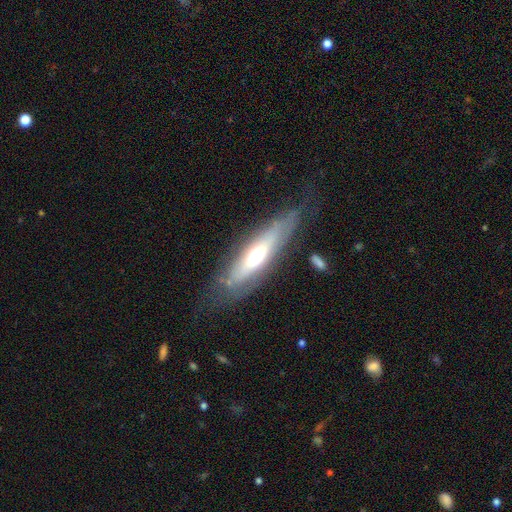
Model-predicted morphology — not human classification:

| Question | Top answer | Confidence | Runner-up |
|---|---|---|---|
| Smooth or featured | featured or disk | 57% | smooth (37%) |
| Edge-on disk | yes | 55% | no (45%) |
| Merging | none | 66% | minor disturbance (21%) |